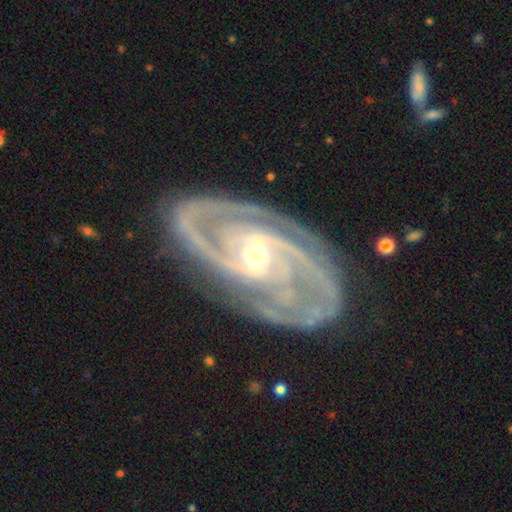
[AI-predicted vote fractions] Smooth or featured?
  - featured or disk: 93% *
  - star or artifact: 5%
  - smooth: 3%
Edge-on disk?
  - no: 96% *
  - yes: 4%
Bar?
  - no: 43% *
  - weak: 36%
  - strong: 20%
Spiral arms?
  - yes: 99% *
  - no: 1%
Spiral winding?
  - tight: 56% *
  - medium: 38%
  - loose: 5%
Spiral arm count?
  - 2: 51% *
  - 3: 25%
  - can't tell: 8%
  - 4: 7%
  - more than 4: 5%
  - 1: 5%
Bulge size?
  - small: 59% *
  - moderate: 38%
  - large: 1%
  - none: 1%
  - dominant: 1%
Merging?
  - none: 79% *
  - minor disturbance: 15%
  - major disturbance: 5%
  - merger: 1%